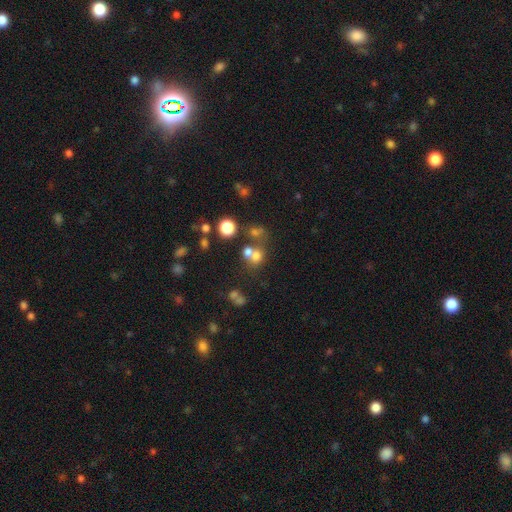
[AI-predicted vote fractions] Smooth or featured?
  - smooth: 64% *
  - star or artifact: 20%
  - featured or disk: 15%
How rounded?
  - round: 75% *
  - in between: 24%
  - cigar-shaped: 1%
Merging?
  - merger: 43% *
  - none: 42%
  - minor disturbance: 9%
  - major disturbance: 6%